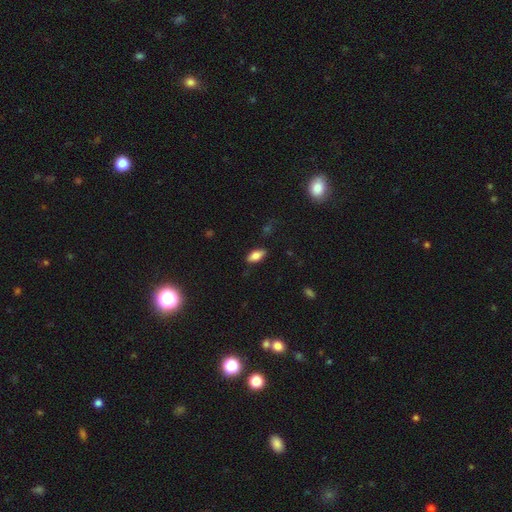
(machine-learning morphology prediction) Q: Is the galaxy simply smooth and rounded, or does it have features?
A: smooth — 78%.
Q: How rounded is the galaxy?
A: in between — 87%.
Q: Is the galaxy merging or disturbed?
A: none — 85%.